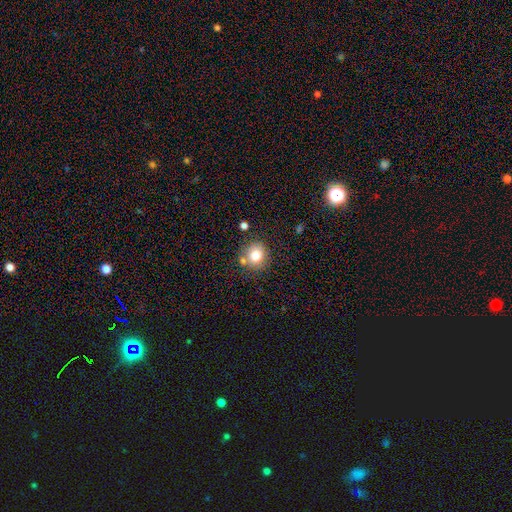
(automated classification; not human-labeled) This appears to be a smooth galaxy with no disk features (78%) that is round (84%). Merging: none (72%).